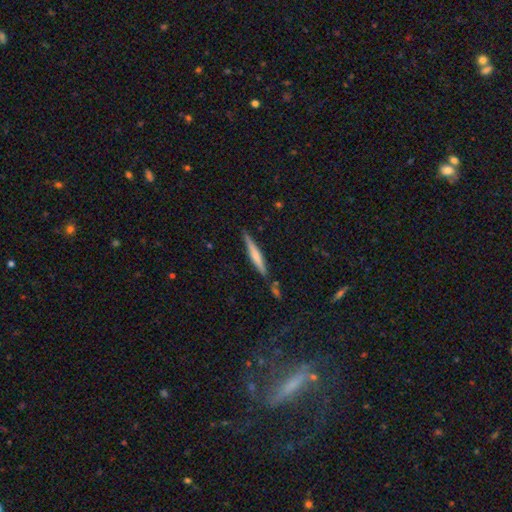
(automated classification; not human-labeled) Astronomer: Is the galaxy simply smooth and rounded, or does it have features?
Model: smooth — 49% (runner-up: featured or disk, 44%).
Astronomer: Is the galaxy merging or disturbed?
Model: none — 83%.